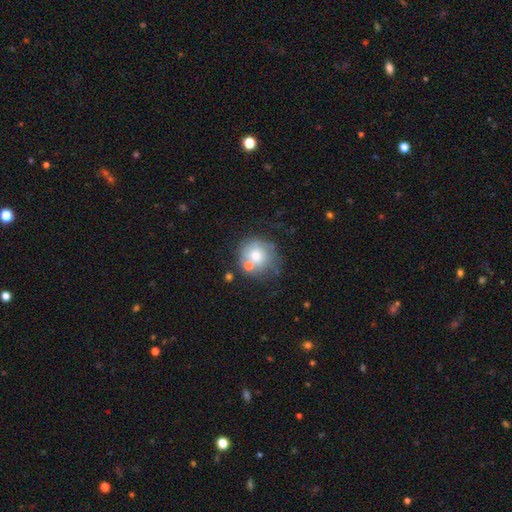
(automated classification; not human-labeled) Smooth or featured? smooth (64%)
How rounded? round (88%)
Merging? none (52%)